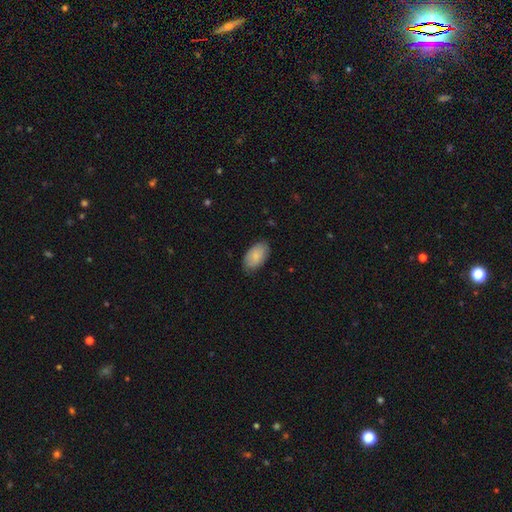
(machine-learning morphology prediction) smooth 83%, featured or disk 11%, star or artifact 6%. Down the decision tree: how rounded — in between (94%); merging — none (81%).